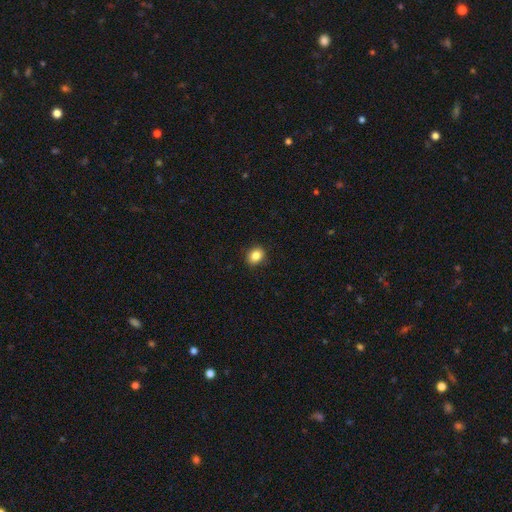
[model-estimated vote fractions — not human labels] Smooth or featured? Predicted: smooth (p=0.86). How rounded? Predicted: in between (p=0.50). Merging? Predicted: none (p=0.89).